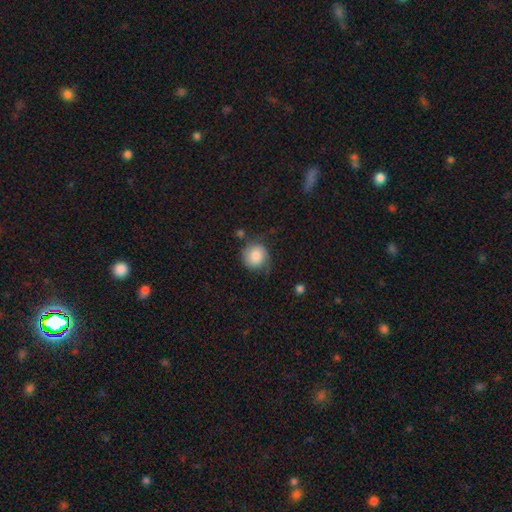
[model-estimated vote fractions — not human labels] Smooth or featured? Predicted: smooth (p=0.74). How rounded? Predicted: round (p=0.87). Merging? Predicted: none (p=0.59).